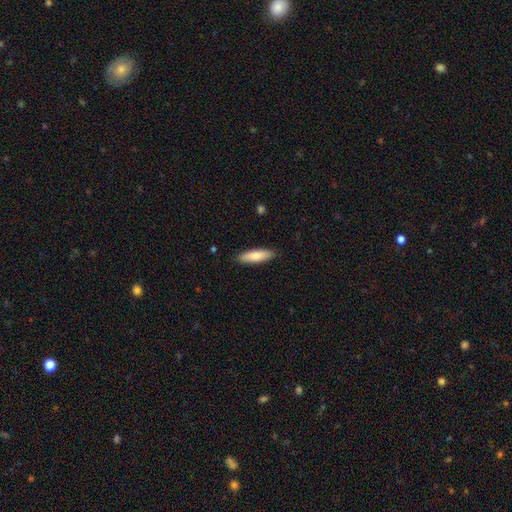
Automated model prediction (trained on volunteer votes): Q: Smooth or featured?
A: smooth (79%); runner-up: featured or disk (16%)
Q: How rounded?
A: cigar-shaped (59%); runner-up: in between (40%)
Q: Merging?
A: none (89%); runner-up: minor disturbance (9%)